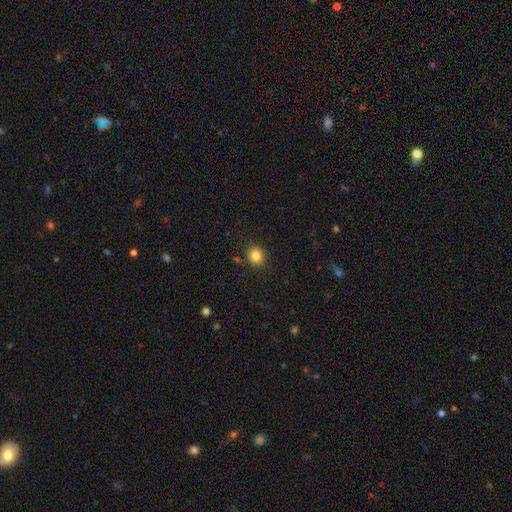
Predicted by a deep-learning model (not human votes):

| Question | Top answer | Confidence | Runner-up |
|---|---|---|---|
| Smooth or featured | smooth | 83% | star or artifact (11%) |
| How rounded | round | 84% | in between (15%) |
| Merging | none | 90% | minor disturbance (7%) |